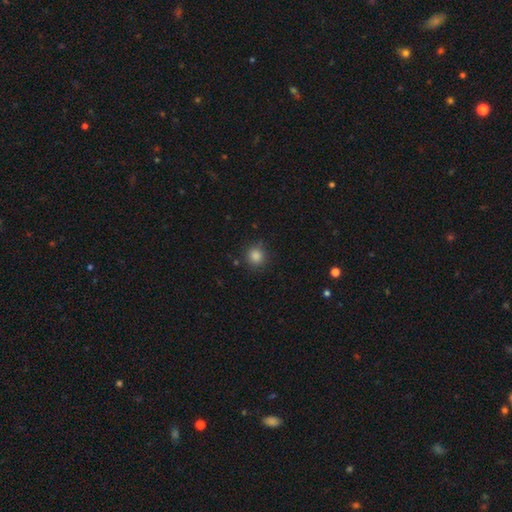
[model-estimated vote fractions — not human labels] smooth 84%, star or artifact 12%, featured or disk 4%. Down the decision tree: how rounded — round (91%); merging — none (85%).